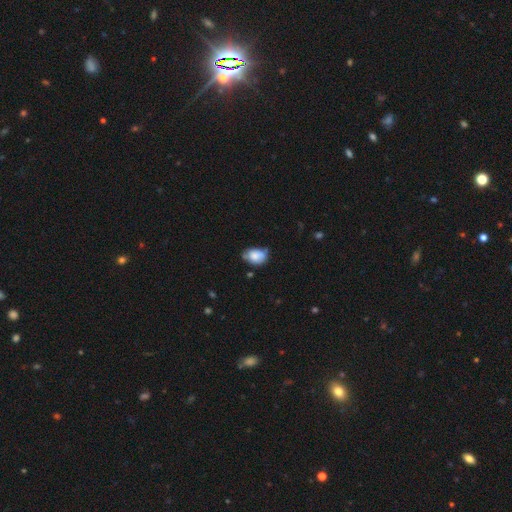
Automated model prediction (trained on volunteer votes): Smooth or featured?
  - smooth: 78% *
  - featured or disk: 15%
  - star or artifact: 8%
How rounded?
  - in between: 81% *
  - round: 17%
  - cigar-shaped: 1%
Merging?
  - none: 50% *
  - minor disturbance: 37%
  - major disturbance: 8%
  - merger: 5%